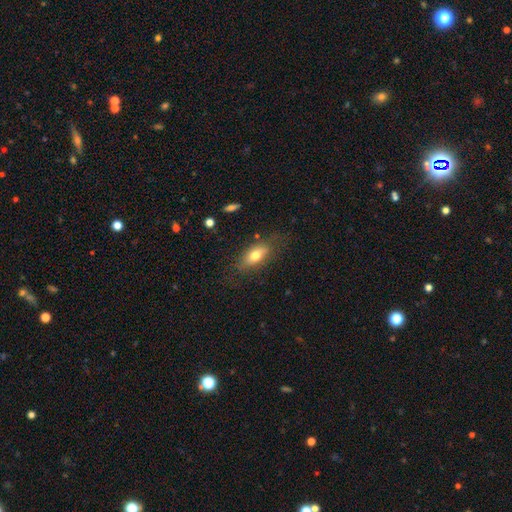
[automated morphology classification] smooth 71%, featured or disk 21%, star or artifact 8%. Down the decision tree: how rounded — in between (83%); merging — none (72%).